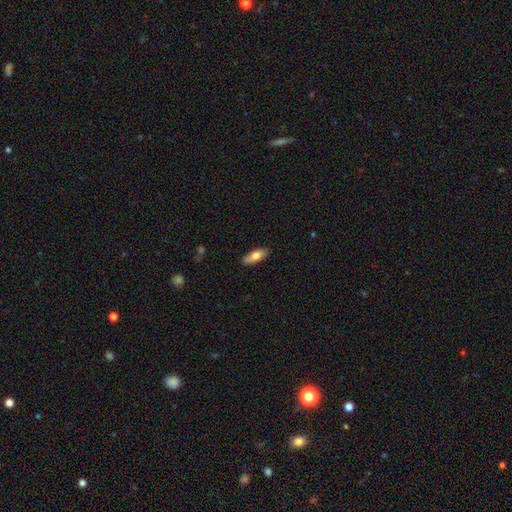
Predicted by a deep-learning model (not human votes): Q: Smooth or featured?
A: smooth (72%); runner-up: featured or disk (21%)
Q: How rounded?
A: in between (69%); runner-up: cigar-shaped (29%)
Q: Merging?
A: none (87%); runner-up: minor disturbance (10%)